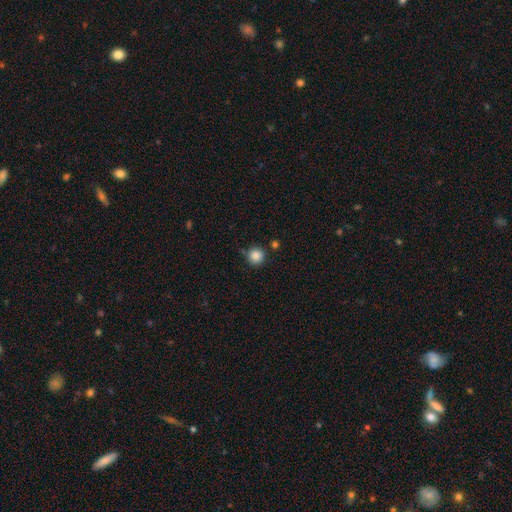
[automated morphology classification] Smooth or featured? smooth (86%)
How rounded? round (94%)
Merging? none (82%)